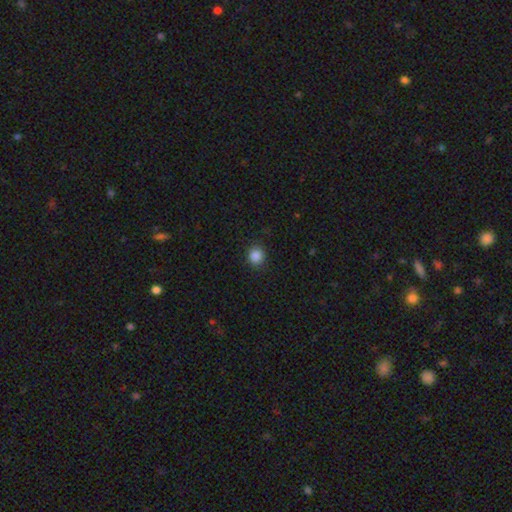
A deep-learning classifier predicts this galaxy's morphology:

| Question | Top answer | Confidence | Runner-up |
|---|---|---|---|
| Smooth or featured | smooth | 87% | star or artifact (10%) |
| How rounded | round | 88% | in between (11%) |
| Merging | none | 90% | minor disturbance (7%) |